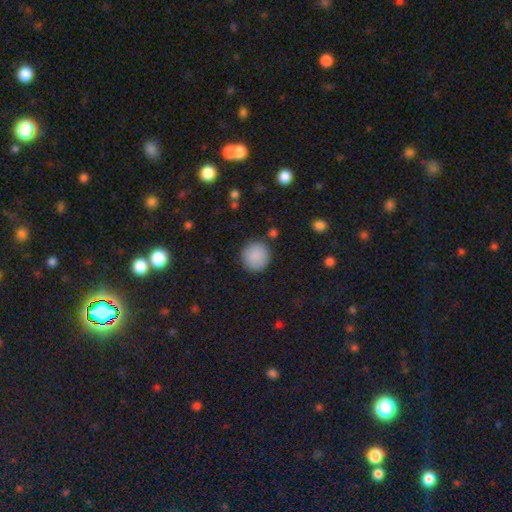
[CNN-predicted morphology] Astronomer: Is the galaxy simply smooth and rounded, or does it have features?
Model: smooth — 89%.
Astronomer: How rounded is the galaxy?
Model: round — 94%.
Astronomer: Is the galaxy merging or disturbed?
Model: none — 89%.